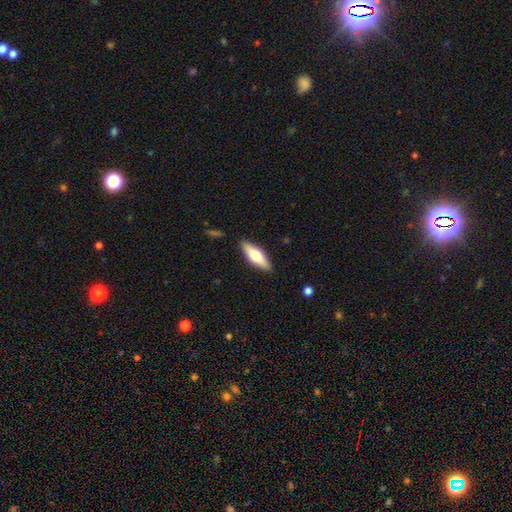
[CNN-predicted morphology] The model was most divided on "how rounded": in between: 56%, cigar-shaped: 42%, round: 2%. More confident: merging — none (87%); smooth or featured — smooth (62%).